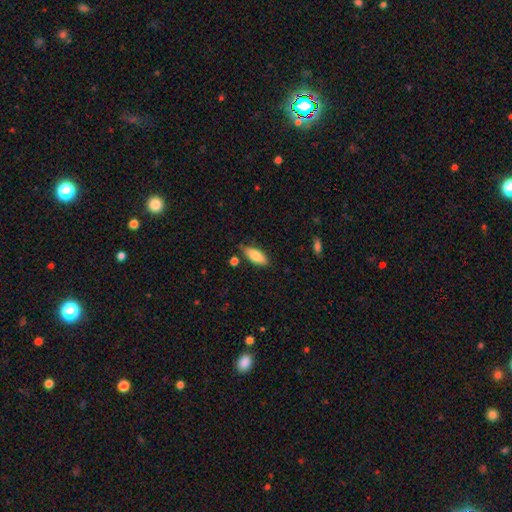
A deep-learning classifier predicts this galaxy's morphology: smooth-or-featured: smooth: 81% | featured or disk: 12% | star or artifact: 6%
  how-rounded: in between: 80% | cigar-shaped: 18% | round: 2%
  merging: none: 73% | minor disturbance: 20% | merger: 4% | major disturbance: 4%